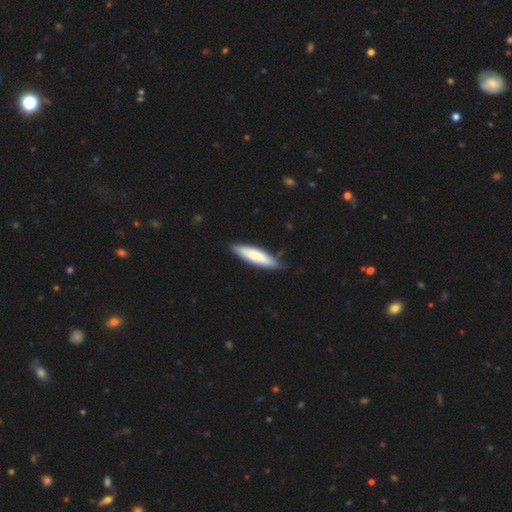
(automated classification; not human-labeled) Smooth or featured?
  - smooth: 74% *
  - featured or disk: 21%
  - star or artifact: 5%
How rounded?
  - cigar-shaped: 73% *
  - in between: 26%
  - round: 1%
Merging?
  - none: 83% *
  - minor disturbance: 14%
  - major disturbance: 2%
  - merger: 1%